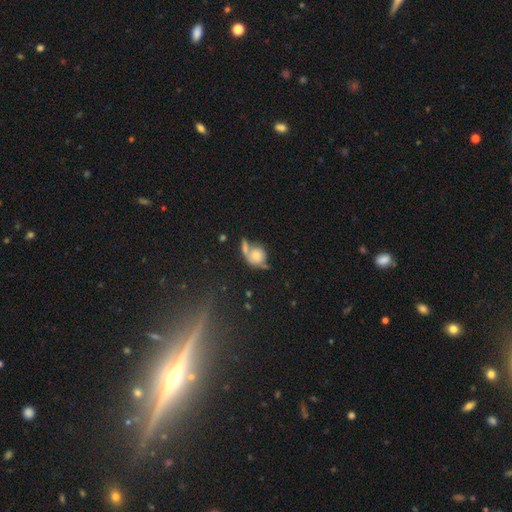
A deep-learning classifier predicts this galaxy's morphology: Smooth or featured? smooth (68%)
How rounded? round (70%)
Merging? merger (38%)